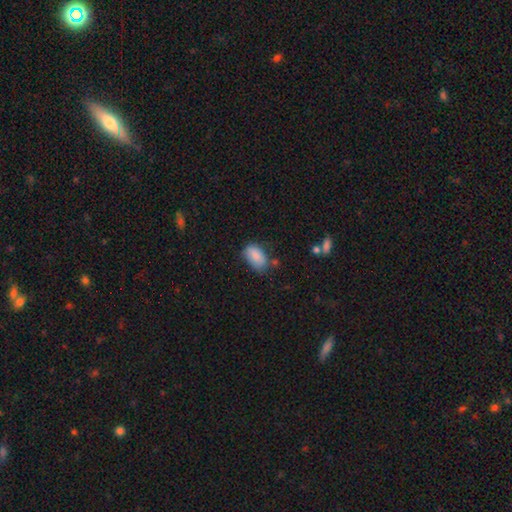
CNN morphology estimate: A smooth galaxy with no disk features (86%) that is in between round and cigar-shaped (92%).

Vote fractions:
- Smooth or featured? smooth: 86% / star or artifact: 7% / featured or disk: 7%
- How rounded? in between: 92% / round: 7% / cigar-shaped: 2%
- Merging? none: 59% / minor disturbance: 30% / major disturbance: 7% / merger: 4%